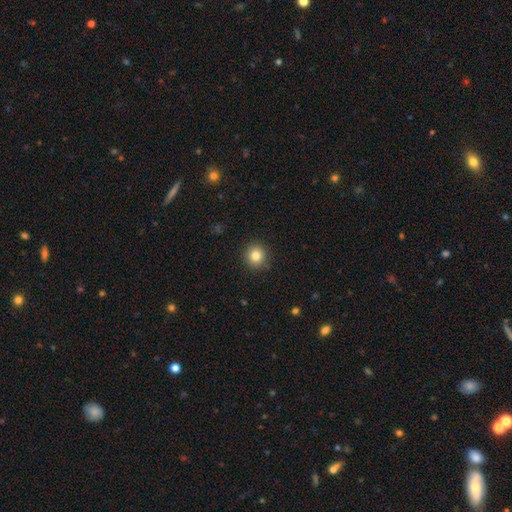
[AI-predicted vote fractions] Smooth or featured?
  - smooth: 82% *
  - star or artifact: 11%
  - featured or disk: 7%
How rounded?
  - round: 91% *
  - in between: 8%
  - cigar-shaped: 1%
Merging?
  - none: 90% *
  - minor disturbance: 7%
  - major disturbance: 2%
  - merger: 1%